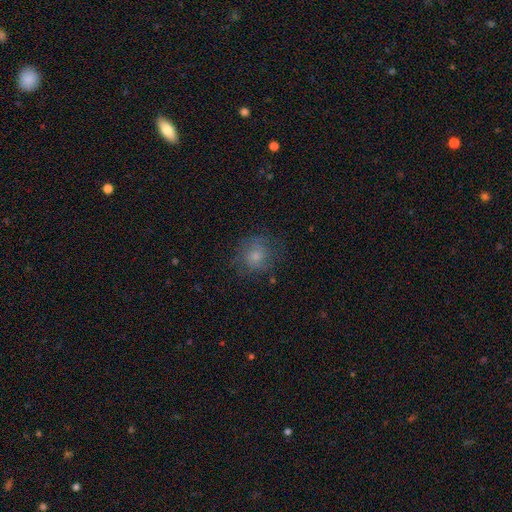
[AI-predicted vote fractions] smooth_or_featured: smooth (p=0.68) [alt: featured or disk p=0.21]
how_rounded: round (p=0.83) [alt: in between p=0.16]
merging: none (p=0.70) [alt: minor disturbance p=0.18]